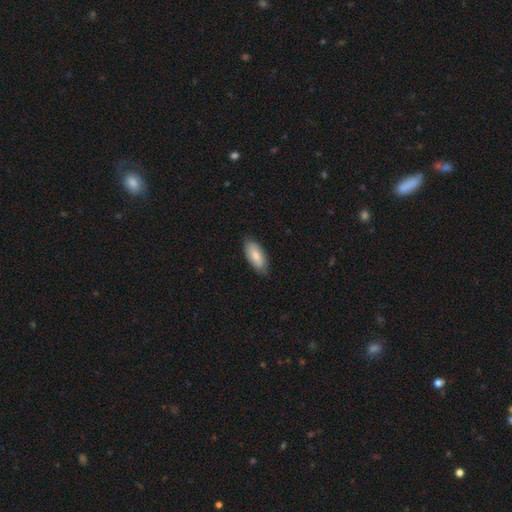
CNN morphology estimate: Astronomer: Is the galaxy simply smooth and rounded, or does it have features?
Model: smooth — 76%.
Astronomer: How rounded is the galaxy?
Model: in between — 88%.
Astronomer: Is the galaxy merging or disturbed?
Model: none — 82%.